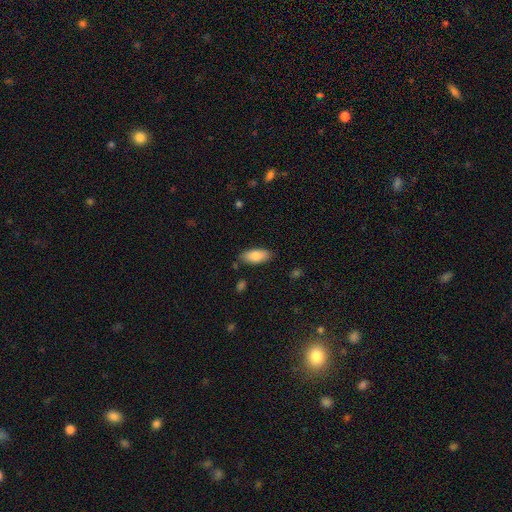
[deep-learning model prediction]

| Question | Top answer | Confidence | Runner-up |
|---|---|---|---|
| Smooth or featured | smooth | 82% | featured or disk (12%) |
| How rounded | in between | 86% | cigar-shaped (12%) |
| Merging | none | 83% | minor disturbance (12%) |